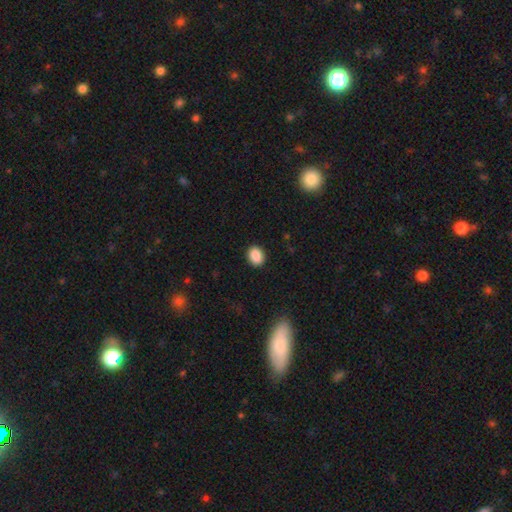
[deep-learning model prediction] A smooth galaxy with no disk features (89%) that is in between round and cigar-shaped (59%).

Vote fractions:
- Smooth or featured? smooth: 89% / star or artifact: 8% / featured or disk: 3%
- How rounded? in between: 59% / round: 40% / cigar-shaped: 1%
- Merging? none: 90% / minor disturbance: 7% / major disturbance: 2% / merger: 1%